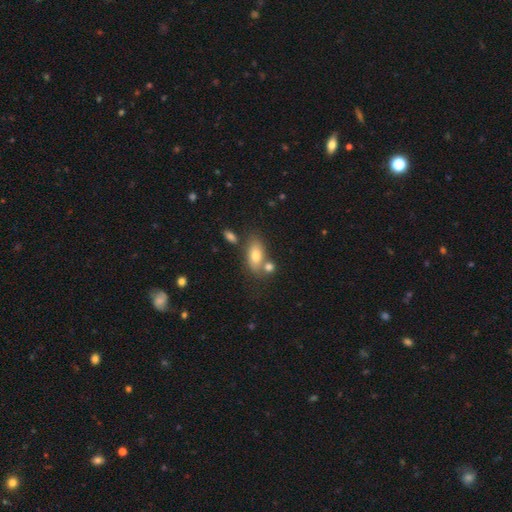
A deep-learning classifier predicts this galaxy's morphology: smooth-or-featured: smooth: 75% | featured or disk: 17% | star or artifact: 8%
  how-rounded: in between: 86% | round: 8% | cigar-shaped: 6%
  merging: none: 58% | merger: 24% | minor disturbance: 14% | major disturbance: 5%